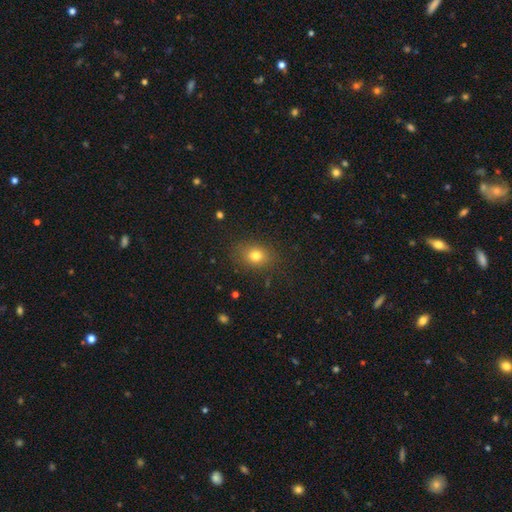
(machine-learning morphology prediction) Q: Smooth or featured?
A: smooth (78%); runner-up: star or artifact (13%)
Q: How rounded?
A: in between (54%); runner-up: round (44%)
Q: Merging?
A: none (83%); runner-up: minor disturbance (12%)